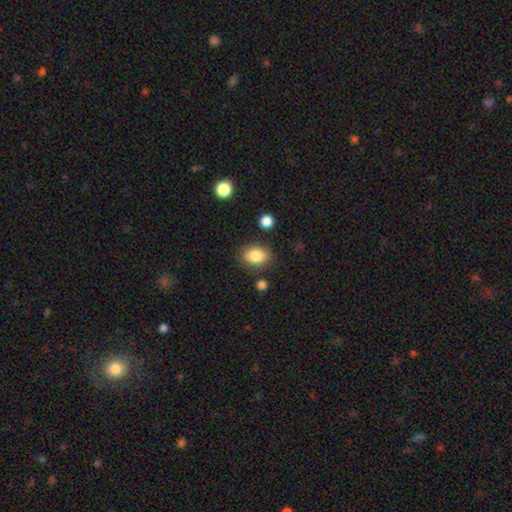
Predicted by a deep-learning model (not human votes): Smooth or featured? smooth (86%)
How rounded? in between (72%)
Merging? none (81%)